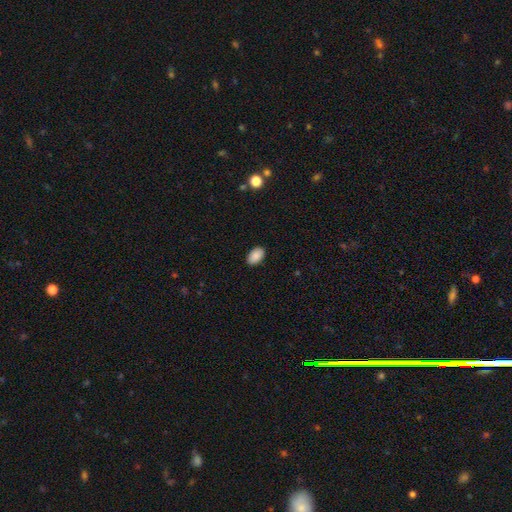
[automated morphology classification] This appears to be a smooth galaxy with no disk features (90%) that is in between round and cigar-shaped (92%). Merging: none (89%).